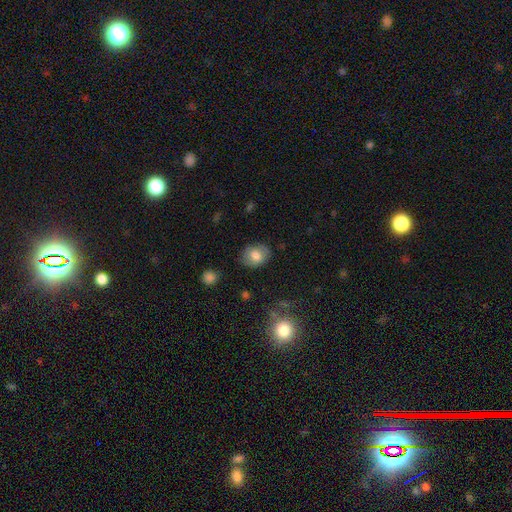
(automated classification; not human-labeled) Smooth or featured? Predicted: smooth (p=0.73). How rounded? Predicted: in between (p=0.60). Merging? Predicted: none (p=0.81).